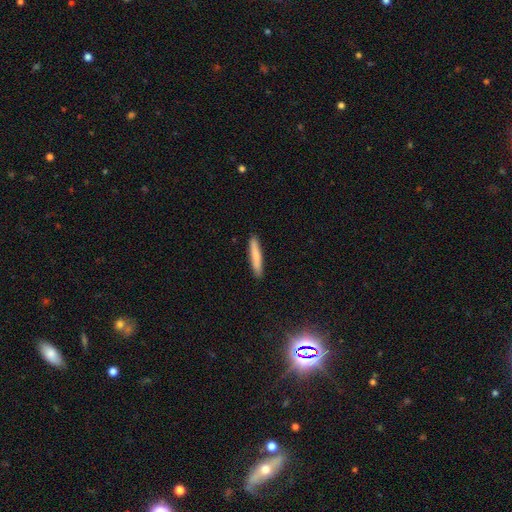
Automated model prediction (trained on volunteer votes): smooth 80%, featured or disk 15%, star or artifact 6%. Down the decision tree: how rounded — cigar-shaped (93%); merging — none (90%).